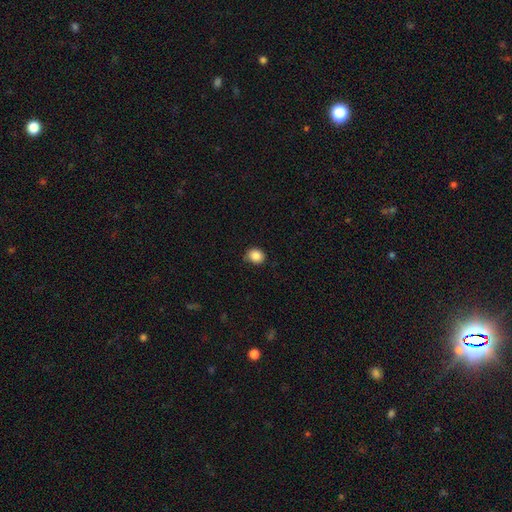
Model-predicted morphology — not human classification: A smooth galaxy with no disk features (87%) that is round (67%).

Vote fractions:
- Smooth or featured? smooth: 87% / star or artifact: 9% / featured or disk: 4%
- How rounded? round: 67% / in between: 32% / cigar-shaped: 1%
- Merging? none: 81% / minor disturbance: 15% / major disturbance: 3% / merger: 1%